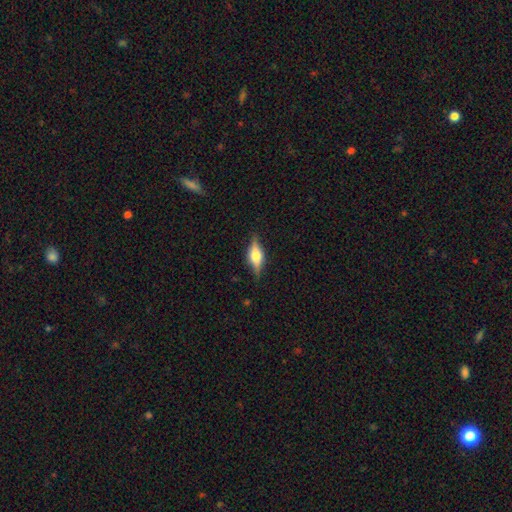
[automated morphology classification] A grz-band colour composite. It shows a featured or disk galaxy (59%) viewed edge-on (94%) with a rounded central bulge (85%). Merging: none (82%).